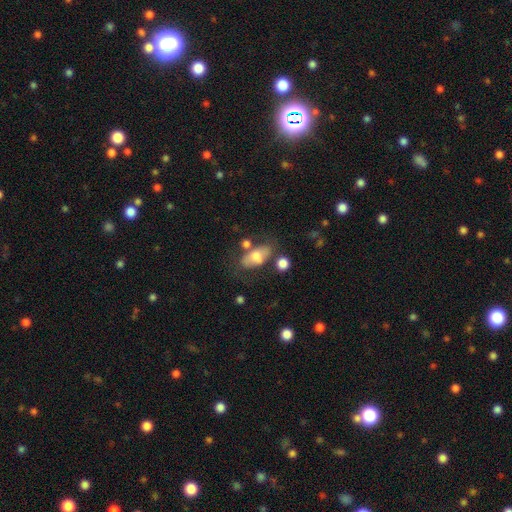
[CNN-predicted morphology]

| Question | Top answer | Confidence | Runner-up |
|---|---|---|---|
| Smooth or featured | smooth | 61% | featured or disk (30%) |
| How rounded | in between | 86% | round (10%) |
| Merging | none | 51% | minor disturbance (21%) |